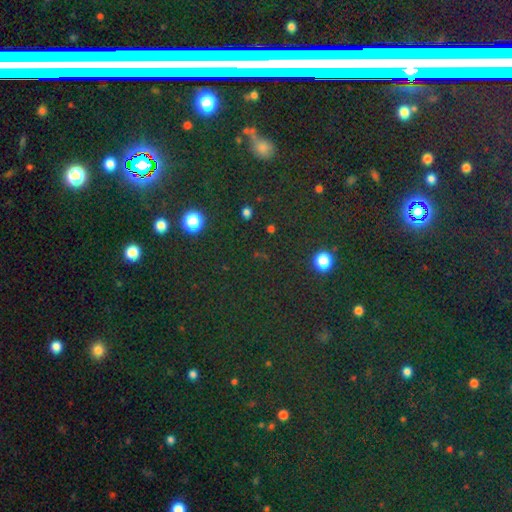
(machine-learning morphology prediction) star or artifact 77%, smooth 14%, featured or disk 10%.